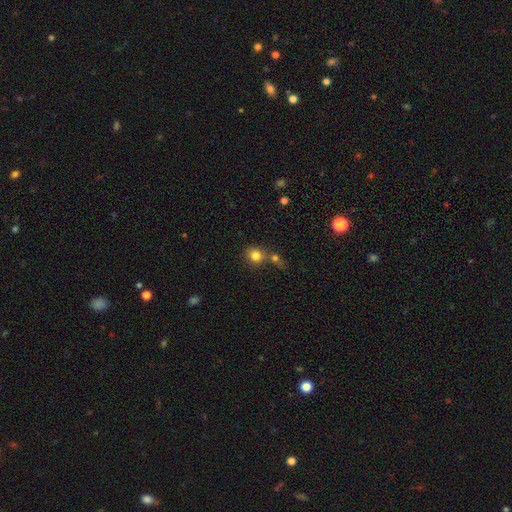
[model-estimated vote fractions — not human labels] smooth_or_featured: smooth (p=0.81) [alt: star or artifact p=0.12]
how_rounded: round (p=0.78) [alt: in between p=0.20]
merging: none (p=0.51) [alt: merger p=0.34]